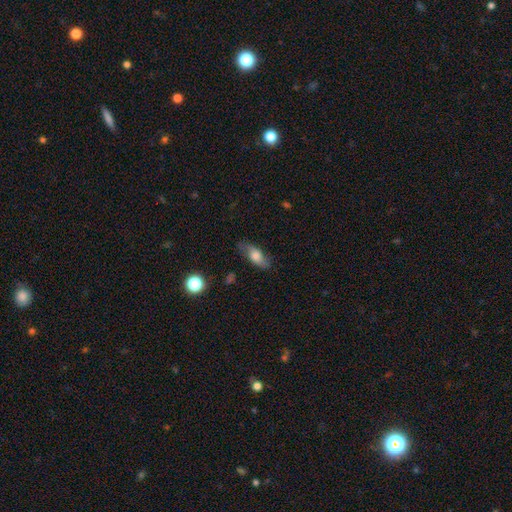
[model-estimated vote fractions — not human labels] Smooth or featured? smooth (63%)
How rounded? in between (72%)
Merging? none (73%)